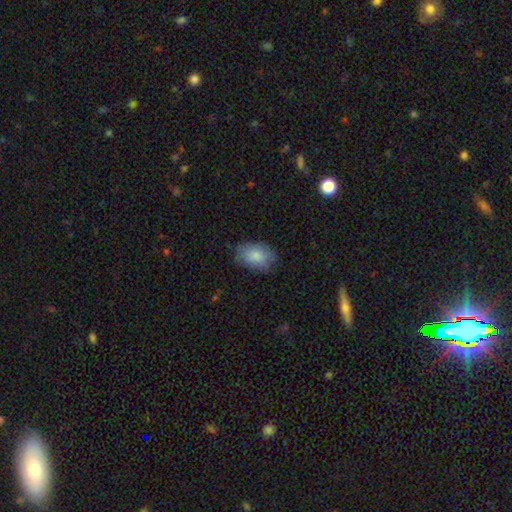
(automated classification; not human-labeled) Smooth or featured? smooth (83%)
How rounded? in between (86%)
Merging? none (75%)